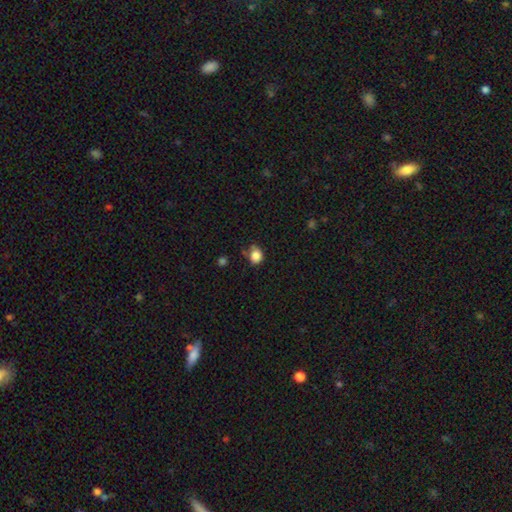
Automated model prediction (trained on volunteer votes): Smooth or featured? smooth (85%)
How rounded? round (60%)
Merging? none (56%)